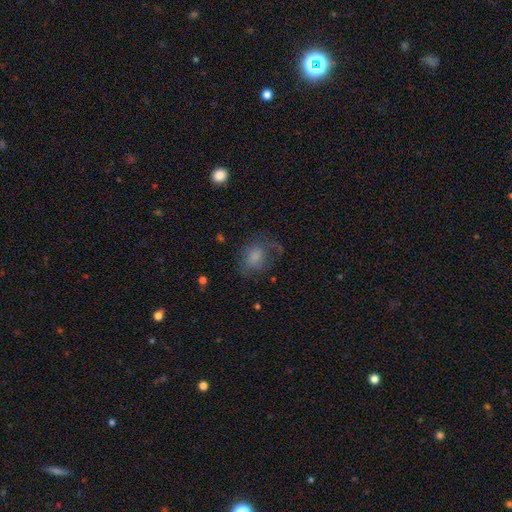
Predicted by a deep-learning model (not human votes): Smooth or featured? smooth (55%)
How rounded? in between (56%)
Merging? none (54%)